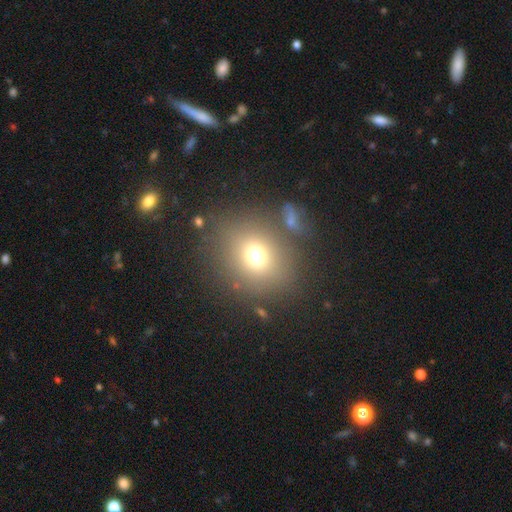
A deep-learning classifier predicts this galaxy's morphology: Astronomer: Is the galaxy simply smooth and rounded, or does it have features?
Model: smooth — 71%.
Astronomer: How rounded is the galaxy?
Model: round — 76%.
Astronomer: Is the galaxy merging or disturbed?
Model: none — 74%.